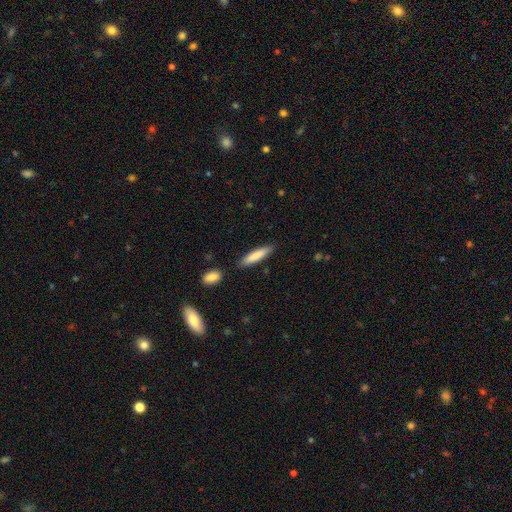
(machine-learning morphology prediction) Smooth or featured: smooth — 83% (featured or disk — 12%)
How rounded: cigar-shaped — 83% (in between — 16%)
Merging: none — 86% (minor disturbance — 9%)